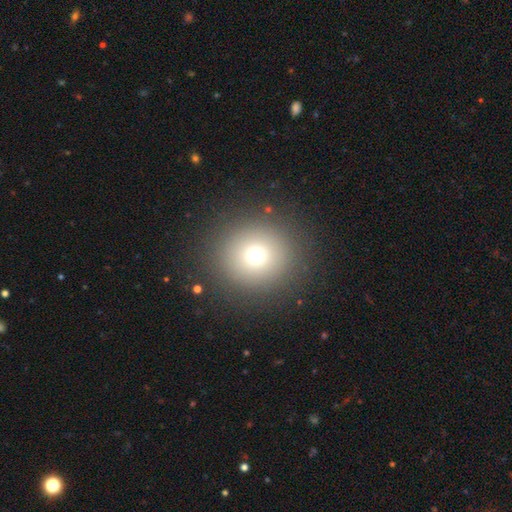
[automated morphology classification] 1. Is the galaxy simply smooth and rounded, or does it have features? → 70% smooth, 18% star or artifact, 11% featured or disk.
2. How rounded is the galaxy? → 94% round, 5% in between, 1% cigar-shaped.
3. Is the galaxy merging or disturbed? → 89% none, 6% minor disturbance, 4% major disturbance, 1% merger.